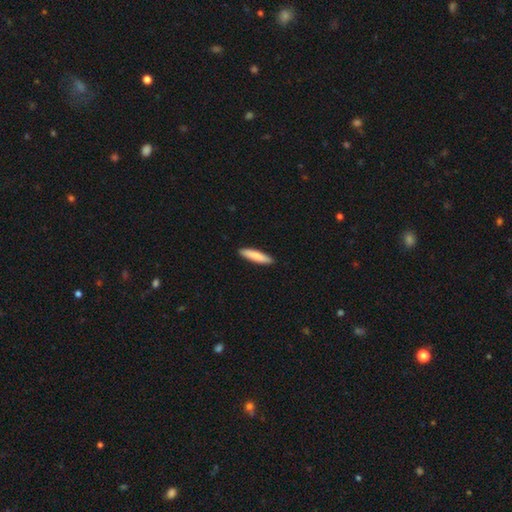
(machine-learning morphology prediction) smooth 84%, featured or disk 12%, star or artifact 5%. Down the decision tree: how rounded — cigar-shaped (81%); merging — none (91%).